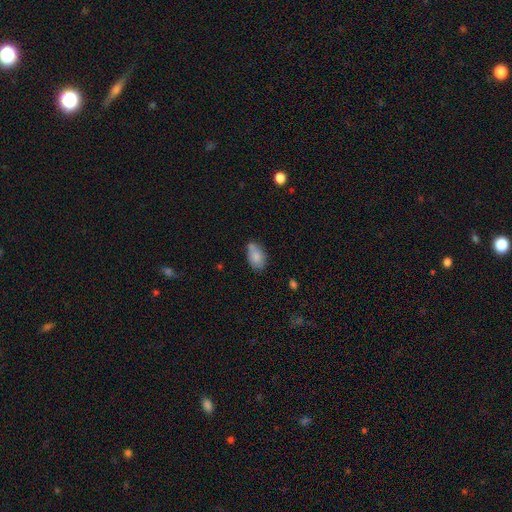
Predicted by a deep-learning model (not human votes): This appears to be a smooth galaxy with no disk features (83%) that is in between round and cigar-shaped (91%). Merging: none (56%).